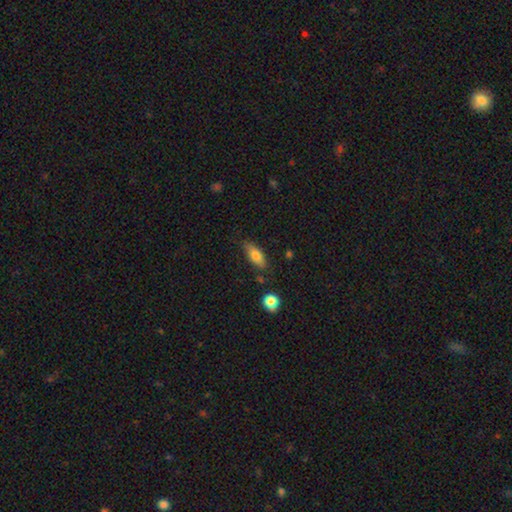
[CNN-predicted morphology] smooth-or-featured: smooth: 75% | featured or disk: 17% | star or artifact: 7%
  how-rounded: in between: 75% | cigar-shaped: 22% | round: 4%
  merging: none: 75% | minor disturbance: 18% | merger: 4% | major disturbance: 4%